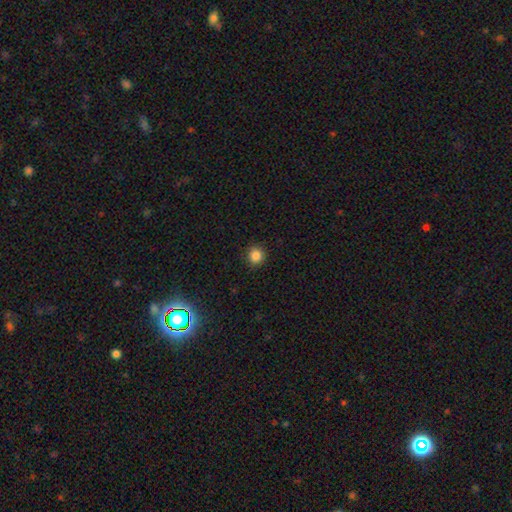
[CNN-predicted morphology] smooth 85%, star or artifact 11%, featured or disk 3%. Down the decision tree: how rounded — round (92%); merging — none (90%).